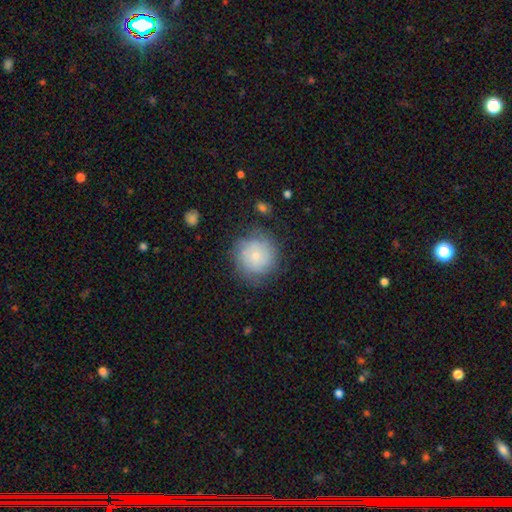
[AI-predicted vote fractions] smooth_or_featured: smooth (p=0.58) [alt: featured or disk p=0.34]
how_rounded: round (p=0.92) [alt: in between p=0.07]
merging: none (p=0.75) [alt: minor disturbance p=0.17]